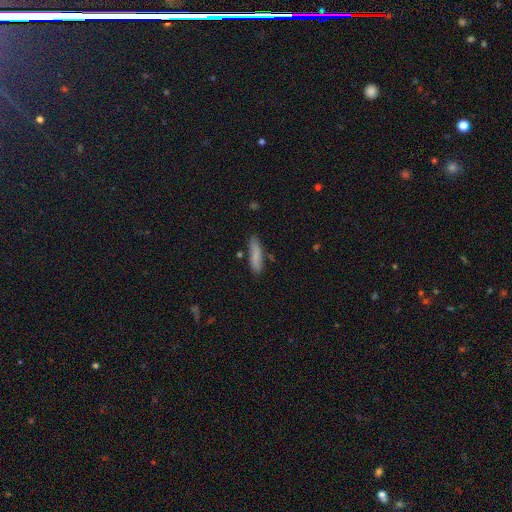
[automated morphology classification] Q: Smooth or featured?
A: smooth (80%); runner-up: featured or disk (13%)
Q: How rounded?
A: cigar-shaped (70%); runner-up: in between (28%)
Q: Merging?
A: none (80%); runner-up: minor disturbance (14%)